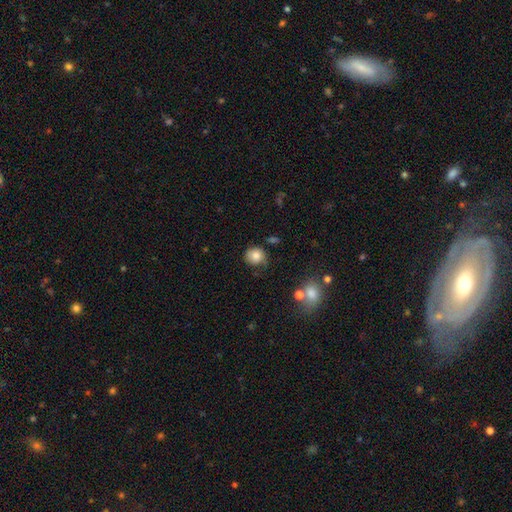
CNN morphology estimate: A smooth galaxy with no disk features (81%) that is round (79%).

Vote fractions:
- Smooth or featured? smooth: 81% / featured or disk: 10% / star or artifact: 10%
- How rounded? round: 79% / in between: 20% / cigar-shaped: 1%
- Merging? none: 60% / minor disturbance: 27% / major disturbance: 9% / merger: 4%